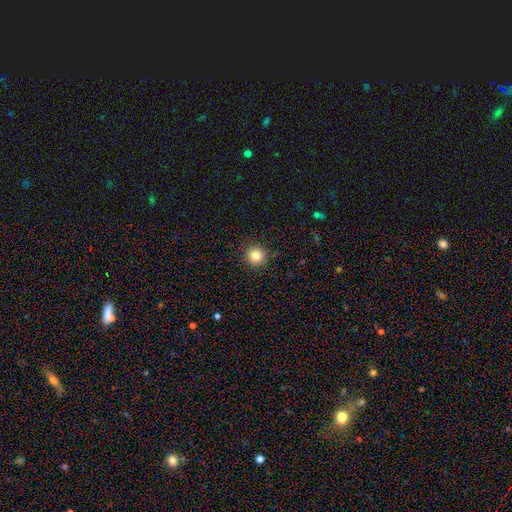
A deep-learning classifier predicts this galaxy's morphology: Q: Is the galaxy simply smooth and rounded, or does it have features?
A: smooth — 83%.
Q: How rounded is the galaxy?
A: round — 95%.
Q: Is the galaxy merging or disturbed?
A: none — 91%.